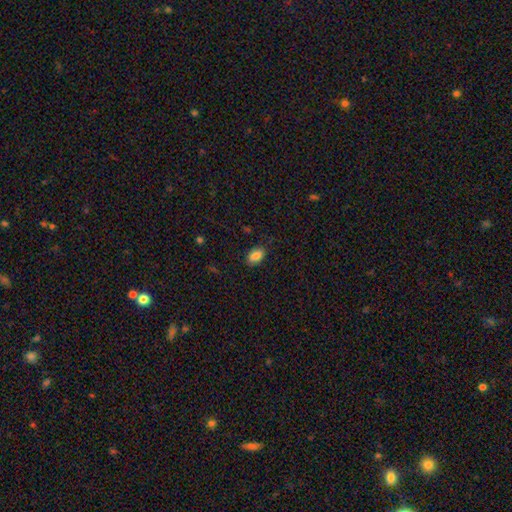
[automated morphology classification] type=smooth (85%); roundness=in between (90%); merging=none (82%).